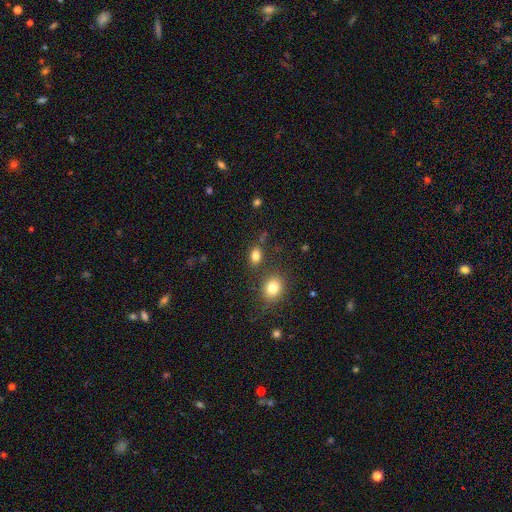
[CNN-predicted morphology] A smooth galaxy with no disk features (82%) that is in between round and cigar-shaped (76%). Merging: none (74%).